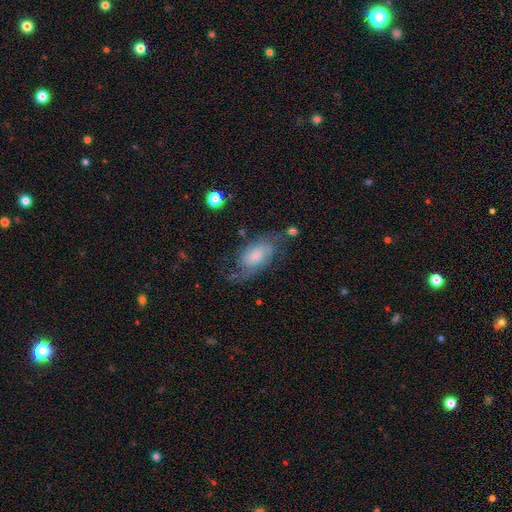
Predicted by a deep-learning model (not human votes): Morphology: type=featured or disk (71%); edge-on=no (95%); bar=no (61%); spiral arms=yes (93%); winding=medium (46%); arm count=2 (79%); bulge=moderate (28%); merging=none (59%).